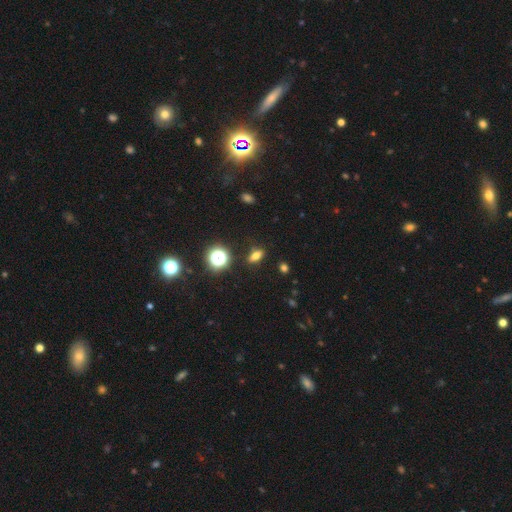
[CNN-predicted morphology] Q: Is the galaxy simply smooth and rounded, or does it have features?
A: smooth — 65%.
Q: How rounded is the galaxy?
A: in between — 69%.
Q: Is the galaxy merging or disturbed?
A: none — 86%.